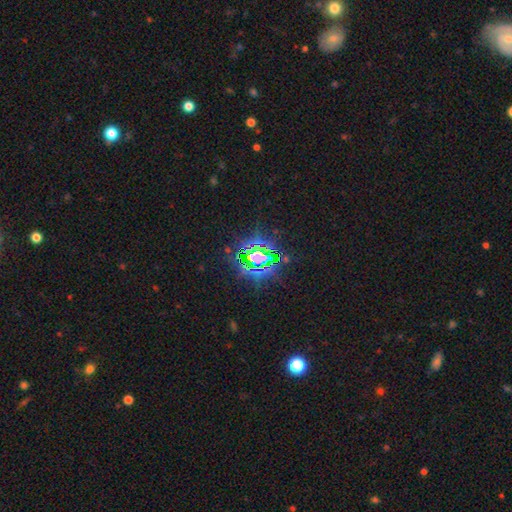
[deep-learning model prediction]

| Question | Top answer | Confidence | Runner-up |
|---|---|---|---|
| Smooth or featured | star or artifact | 80% | smooth (11%) |